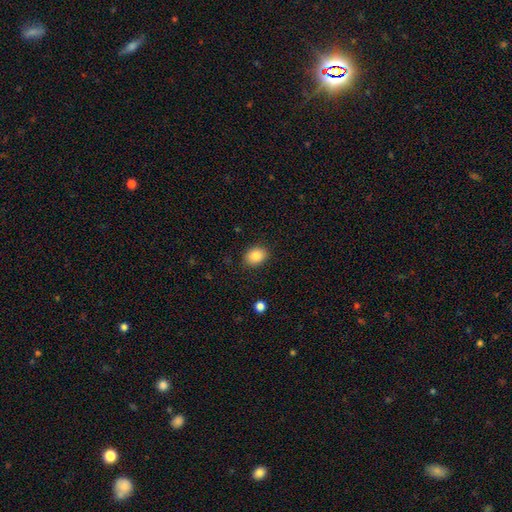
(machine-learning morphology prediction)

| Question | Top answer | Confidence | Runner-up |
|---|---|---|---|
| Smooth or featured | smooth | 87% | star or artifact (8%) |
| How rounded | in between | 63% | round (36%) |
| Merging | none | 87% | minor disturbance (9%) |